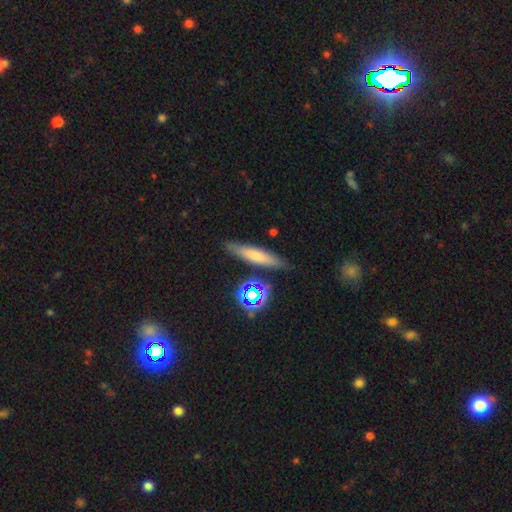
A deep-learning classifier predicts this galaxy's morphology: This appears to be a smooth galaxy with no disk features (43%). Merging: none (83%).